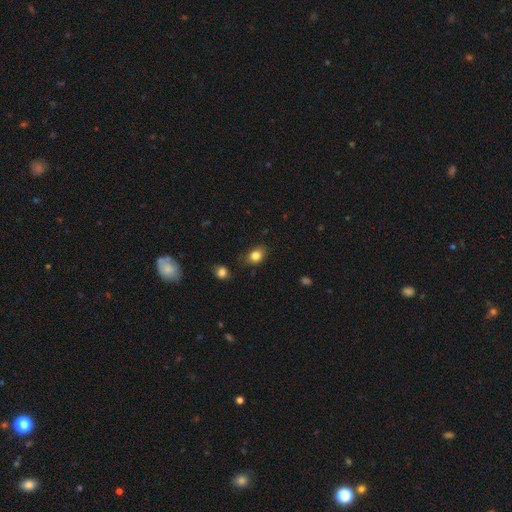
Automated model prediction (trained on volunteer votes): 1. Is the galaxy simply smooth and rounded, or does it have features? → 82% smooth, 10% star or artifact, 8% featured or disk.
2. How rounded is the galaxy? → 71% in between, 28% round, 1% cigar-shaped.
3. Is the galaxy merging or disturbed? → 75% none, 19% minor disturbance, 4% major disturbance, 2% merger.